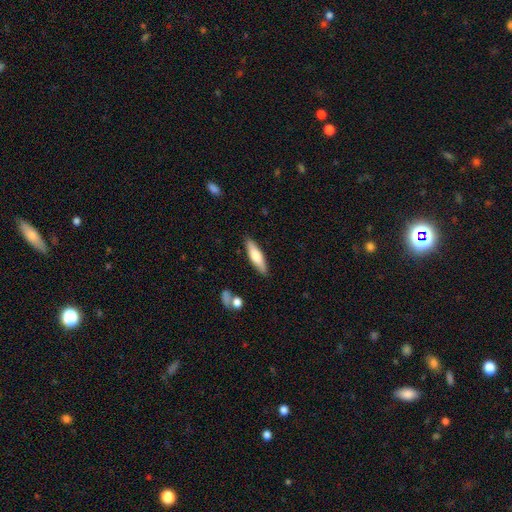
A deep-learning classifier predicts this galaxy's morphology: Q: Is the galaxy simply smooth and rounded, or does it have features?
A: smooth — 68%.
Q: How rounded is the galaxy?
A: cigar-shaped — 66%.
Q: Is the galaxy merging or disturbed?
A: none — 87%.